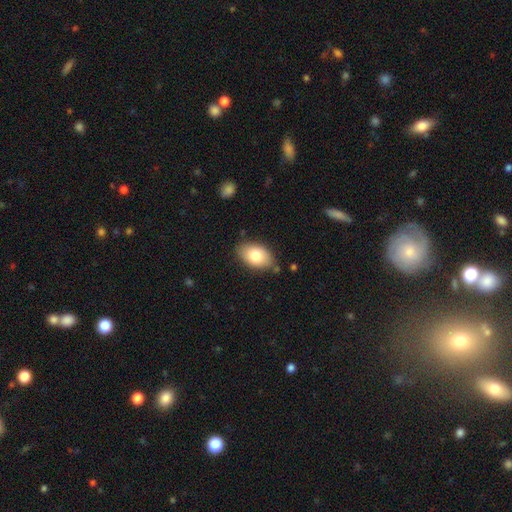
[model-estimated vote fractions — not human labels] A smooth galaxy with no disk features (80%) that is in between round and cigar-shaped (91%).

Vote fractions:
- Smooth or featured? smooth: 80% / featured or disk: 13% / star or artifact: 7%
- How rounded? in between: 91% / round: 7% / cigar-shaped: 1%
- Merging? none: 79% / minor disturbance: 15% / merger: 3% / major disturbance: 3%